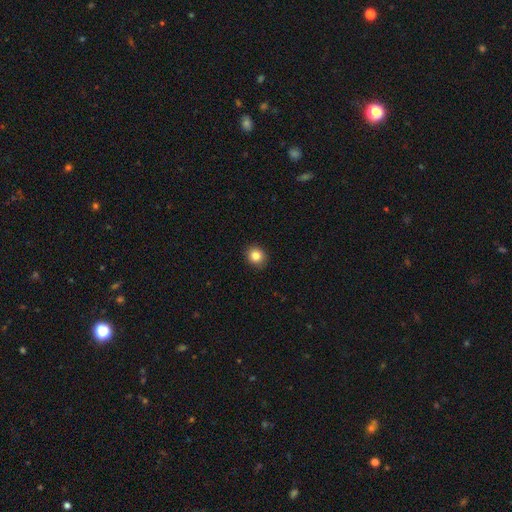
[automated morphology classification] Smooth or featured: smooth — 83% (star or artifact — 11%)
How rounded: round — 83% (in between — 16%)
Merging: none — 91% (minor disturbance — 6%)